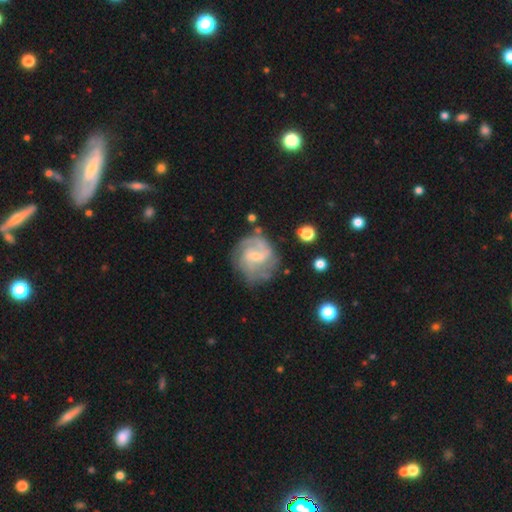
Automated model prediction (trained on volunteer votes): Smooth or featured?
  - featured or disk: 83% *
  - smooth: 11%
  - star or artifact: 6%
Edge-on disk?
  - no: 98% *
  - yes: 2%
Bar?
  - weak: 57% *
  - no: 29%
  - strong: 14%
Spiral arms?
  - yes: 94% *
  - no: 6%
Spiral winding?
  - medium: 45% *
  - tight: 41%
  - loose: 14%
Spiral arm count?
  - 2: 45% *
  - can't tell: 22%
  - 3: 20%
  - 1: 5%
  - 4: 5%
  - more than 4: 4%
Bulge size?
  - small: 58% *
  - moderate: 34%
  - none: 5%
  - large: 2%
  - dominant: 1%
Merging?
  - none: 66% *
  - minor disturbance: 19%
  - major disturbance: 11%
  - merger: 3%